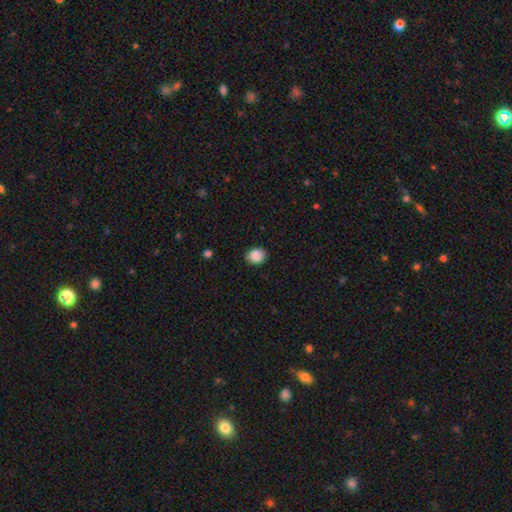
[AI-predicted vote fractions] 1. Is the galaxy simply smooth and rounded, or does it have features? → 86% smooth, 8% star or artifact, 5% featured or disk.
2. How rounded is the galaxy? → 55% round, 44% in between, 1% cigar-shaped.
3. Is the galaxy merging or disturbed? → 86% none, 11% minor disturbance, 2% major disturbance, 1% merger.